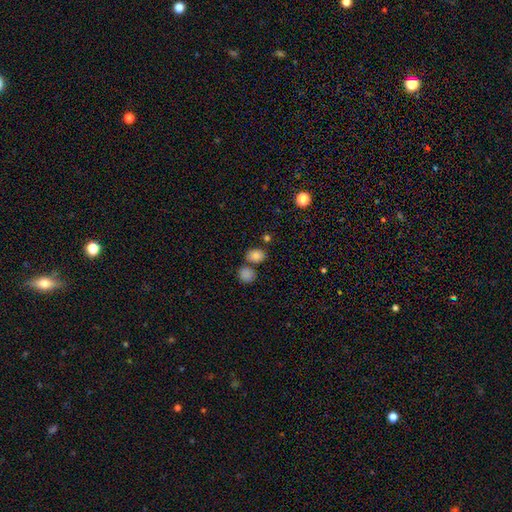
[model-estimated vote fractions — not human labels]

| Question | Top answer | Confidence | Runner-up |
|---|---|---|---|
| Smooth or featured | smooth | 82% | star or artifact (12%) |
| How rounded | in between | 62% | round (36%) |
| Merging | none | 64% | merger (20%) |